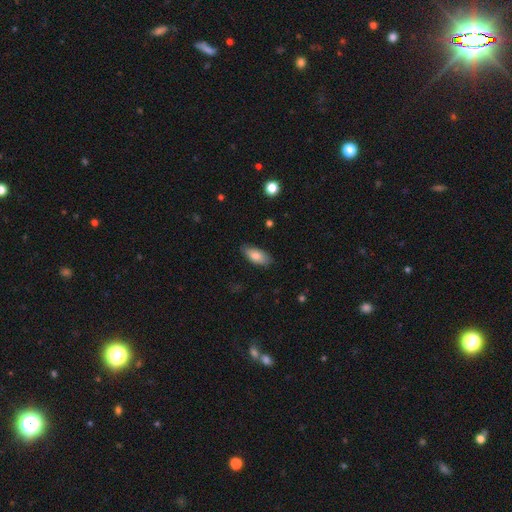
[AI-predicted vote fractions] smooth 78%, featured or disk 16%, star or artifact 7%. Down the decision tree: how rounded — in between (86%); merging — none (81%).